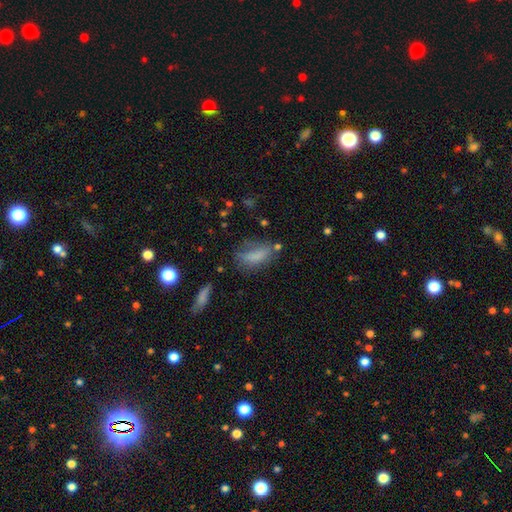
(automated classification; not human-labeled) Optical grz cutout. It shows a smooth galaxy with no disk features (73%) that is in between round and cigar-shaped (73%). Merging: none (46%).